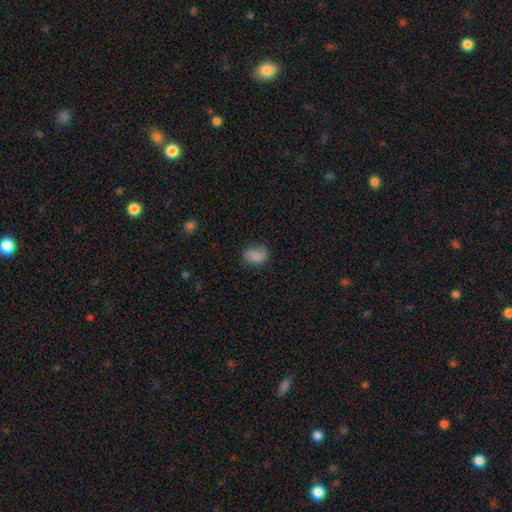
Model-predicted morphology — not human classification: Q: Smooth or featured?
A: smooth (80%); runner-up: star or artifact (11%)
Q: How rounded?
A: in between (69%); runner-up: round (30%)
Q: Merging?
A: none (63%); runner-up: minor disturbance (26%)